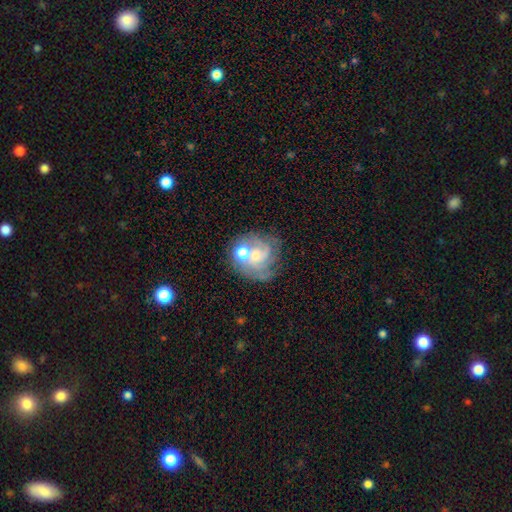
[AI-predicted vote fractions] This appears to be a featured or disk galaxy (64%) with no bar (69%), tight (47%) spiral arms (83%) and a small central bulge (45%). Merging: none (48%).